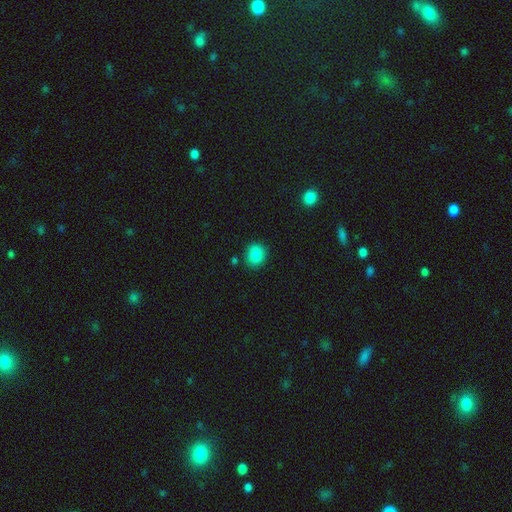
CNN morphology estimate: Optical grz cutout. It shows a smooth galaxy with no disk features (85%) that is round (72%). Merging: none (83%).